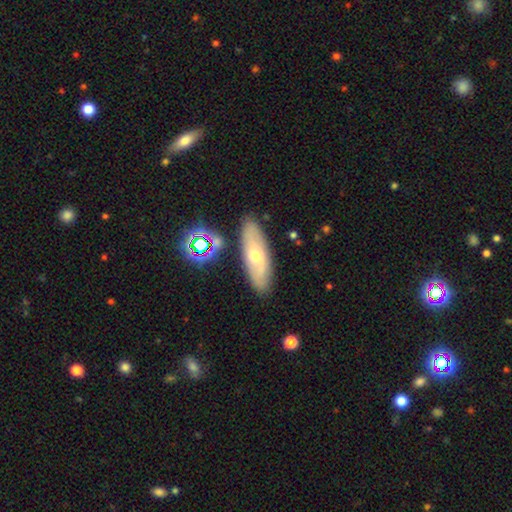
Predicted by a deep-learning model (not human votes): Smooth or featured: featured or disk — 46% (smooth — 44%)
Merging: none — 83% (minor disturbance — 10%)